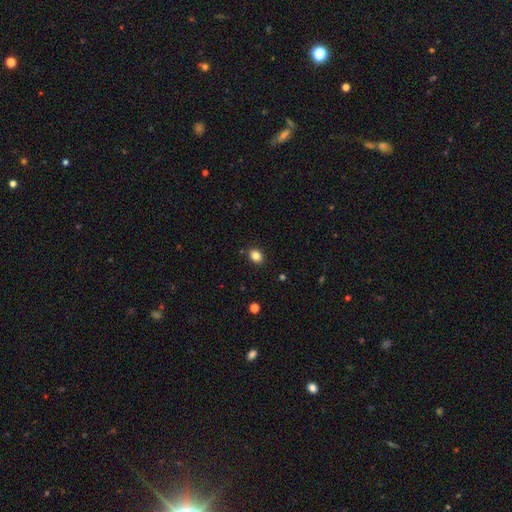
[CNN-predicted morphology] The model was most divided on "how rounded": in between: 53%, round: 46%, cigar-shaped: 1%. More confident: merging — none (88%); smooth or featured — smooth (84%).